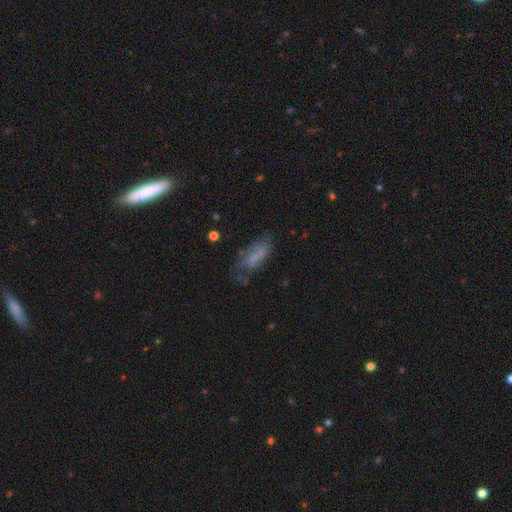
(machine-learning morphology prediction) A smooth galaxy with no disk features (54%) that is in between round and cigar-shaped (70%). Merging: none (44%).